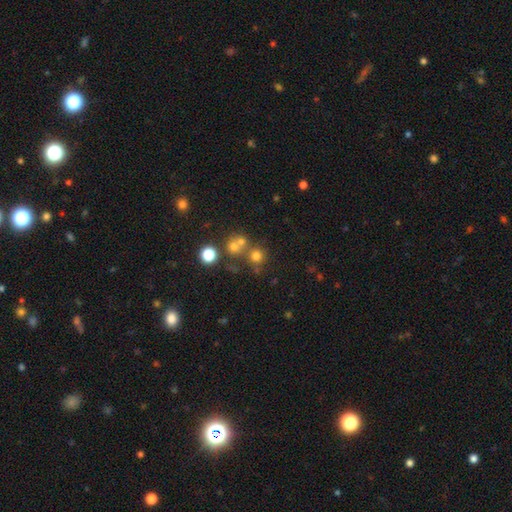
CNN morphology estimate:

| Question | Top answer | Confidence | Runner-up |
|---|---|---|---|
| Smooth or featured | smooth | 64% | star or artifact (24%) |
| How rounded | round | 89% | in between (10%) |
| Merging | none | 58% | merger (31%) |